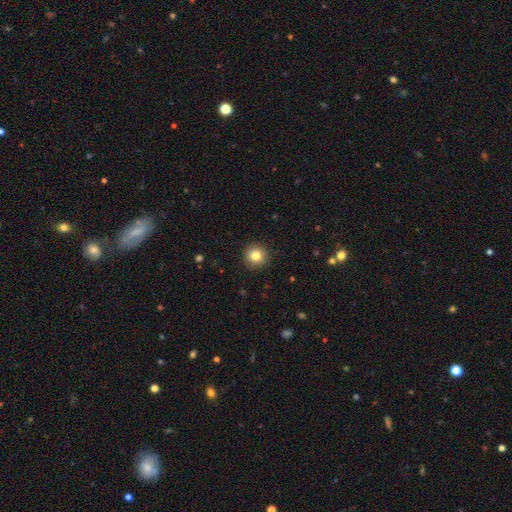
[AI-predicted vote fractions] Smooth or featured: smooth — 82% (star or artifact — 11%)
How rounded: round — 95% (in between — 4%)
Merging: none — 92% (minor disturbance — 5%)